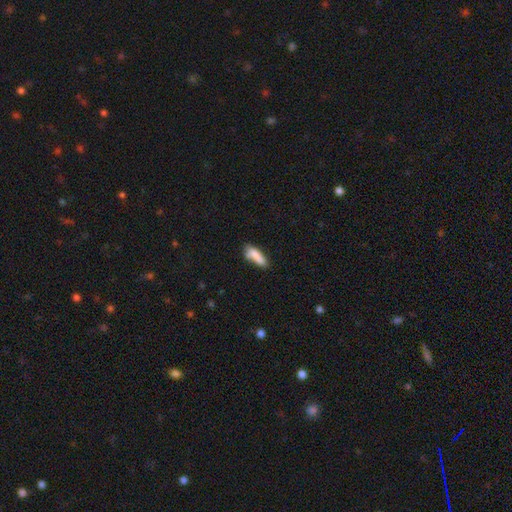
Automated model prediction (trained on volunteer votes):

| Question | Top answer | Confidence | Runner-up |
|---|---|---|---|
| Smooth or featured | smooth | 82% | featured or disk (11%) |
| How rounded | cigar-shaped | 51% | in between (47%) |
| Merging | none | 58% | minor disturbance (26%) |